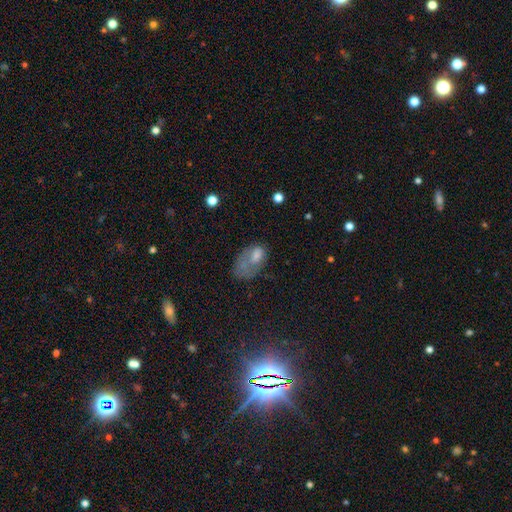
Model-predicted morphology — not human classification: smooth-or-featured: smooth: 54% | featured or disk: 30% | star or artifact: 17%
  how-rounded: in between: 87% | round: 10% | cigar-shaped: 3%
  merging: major disturbance: 36% | none: 30% | minor disturbance: 23% | merger: 11%